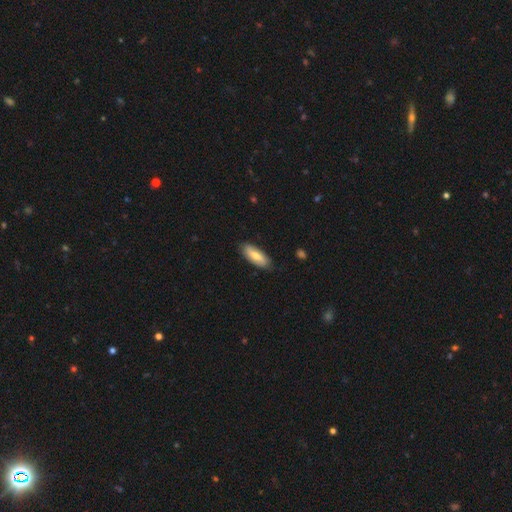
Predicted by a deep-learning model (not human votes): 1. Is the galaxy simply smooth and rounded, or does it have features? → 70% smooth, 25% featured or disk, 5% star or artifact.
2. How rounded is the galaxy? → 73% in between, 25% cigar-shaped, 2% round.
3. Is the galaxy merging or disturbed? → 83% none, 13% minor disturbance, 2% major disturbance, 1% merger.